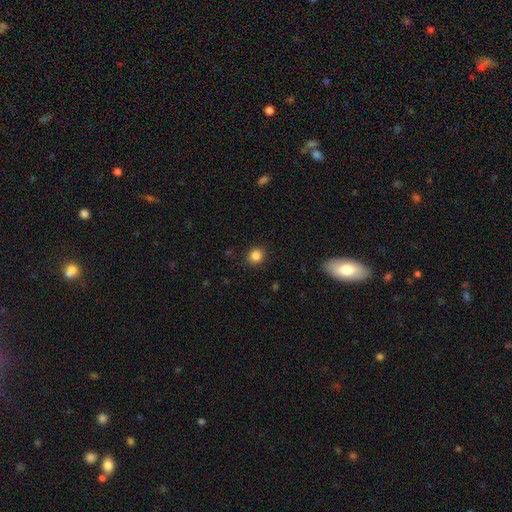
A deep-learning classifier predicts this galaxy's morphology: Smooth or featured: smooth — 85% (star or artifact — 11%)
How rounded: round — 80% (in between — 19%)
Merging: none — 89% (minor disturbance — 7%)